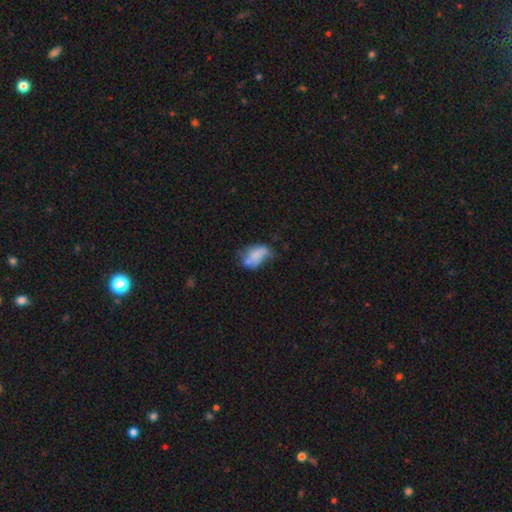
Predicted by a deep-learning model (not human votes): Smooth or featured: smooth — 58% (featured or disk — 31%)
How rounded: in between — 87% (round — 10%)
Merging: major disturbance — 28% (minor disturbance — 27%)